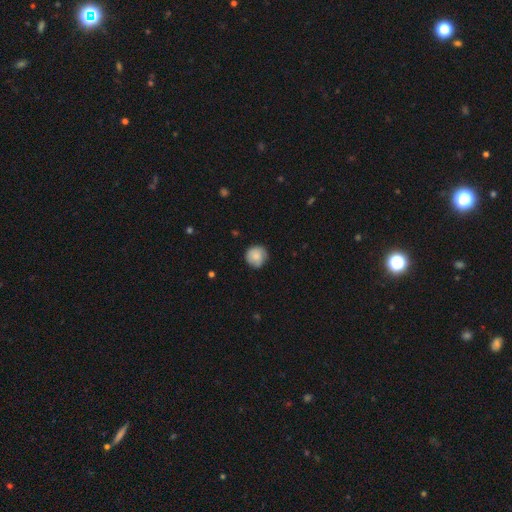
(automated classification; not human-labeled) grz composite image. It shows a smooth galaxy with no disk features (80%) that is round (92%). Merging: none (78%).